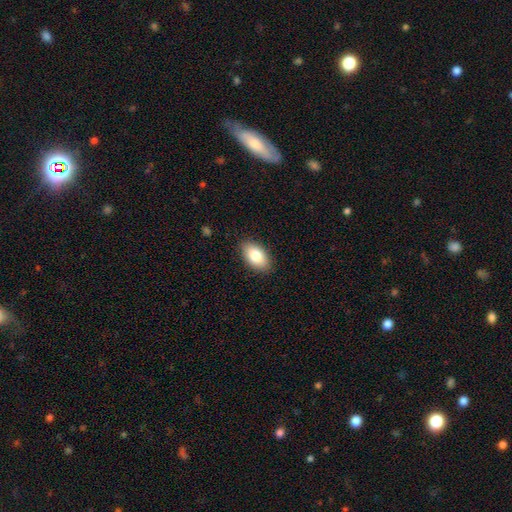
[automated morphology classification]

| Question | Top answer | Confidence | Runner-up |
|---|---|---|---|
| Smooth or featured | smooth | 82% | featured or disk (11%) |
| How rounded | in between | 93% | round (6%) |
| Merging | none | 87% | minor disturbance (10%) |